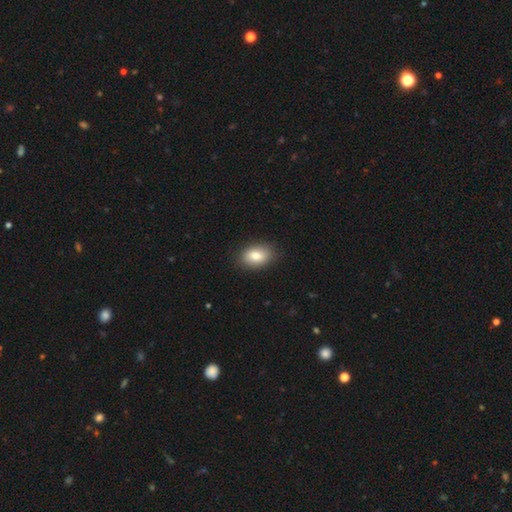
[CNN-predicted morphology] Overall: smooth (83%). How rounded: in between (85%). Merging: none (87%).